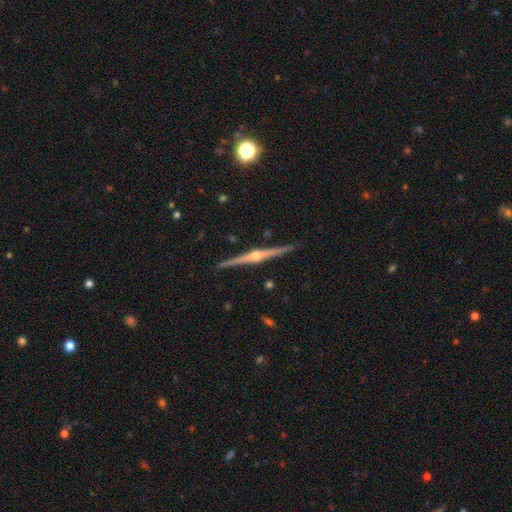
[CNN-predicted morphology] featured or disk 89%, smooth 6%, star or artifact 5%. Down the decision tree: edge-on disk — yes (99%); edge-on bulge — rounded (93%); merging — none (93%).